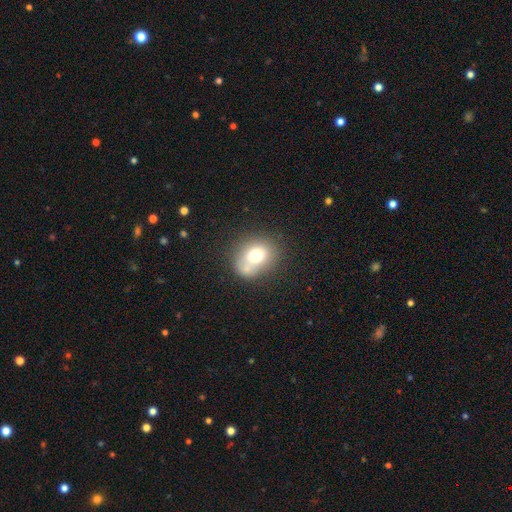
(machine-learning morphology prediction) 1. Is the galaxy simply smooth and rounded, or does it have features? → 69% smooth, 19% featured or disk, 12% star or artifact.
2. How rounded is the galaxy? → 60% round, 39% in between, 1% cigar-shaped.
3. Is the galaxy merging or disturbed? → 52% none, 21% merger, 19% minor disturbance, 8% major disturbance.